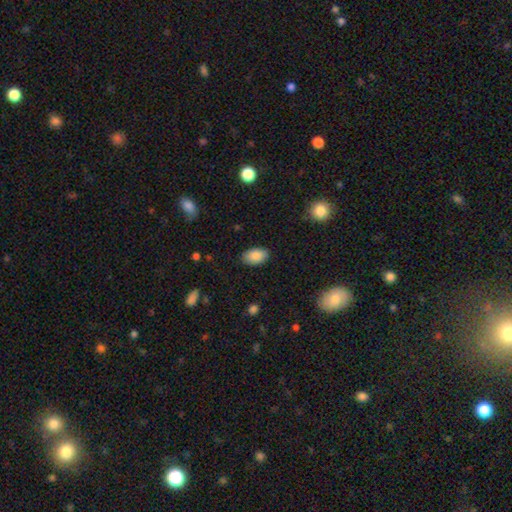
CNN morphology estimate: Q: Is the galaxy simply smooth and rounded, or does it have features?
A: smooth — 86%.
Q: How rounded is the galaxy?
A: in between — 92%.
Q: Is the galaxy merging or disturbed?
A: none — 86%.